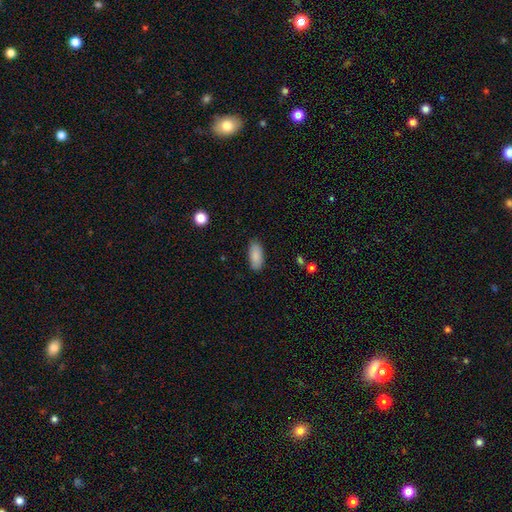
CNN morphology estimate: This is clearly a smooth galaxy (88%). How rounded: clearly in between (85%). Merging: clearly none (86%).